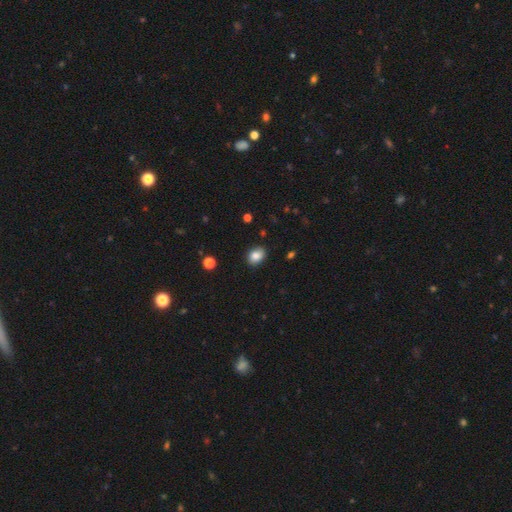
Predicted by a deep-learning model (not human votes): This appears to be a smooth galaxy with no disk features (85%) that is in between round and cigar-shaped (65%). Merging: none (87%).